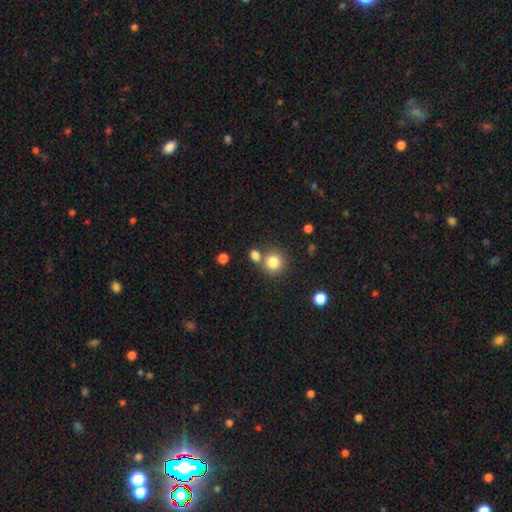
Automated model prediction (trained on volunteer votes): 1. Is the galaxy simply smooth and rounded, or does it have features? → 81% smooth, 12% star or artifact, 7% featured or disk.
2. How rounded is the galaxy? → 82% round, 17% in between, 1% cigar-shaped.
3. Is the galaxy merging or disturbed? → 61% none, 26% merger, 9% minor disturbance, 4% major disturbance.